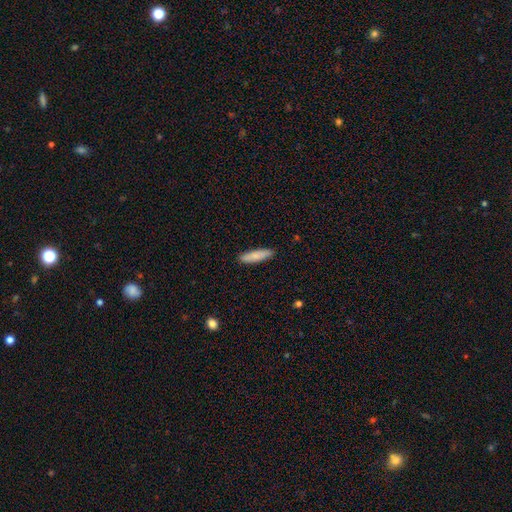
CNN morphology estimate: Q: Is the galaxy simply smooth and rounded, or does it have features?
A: smooth — 83%.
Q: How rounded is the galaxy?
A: cigar-shaped — 74%.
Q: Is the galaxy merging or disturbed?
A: none — 88%.